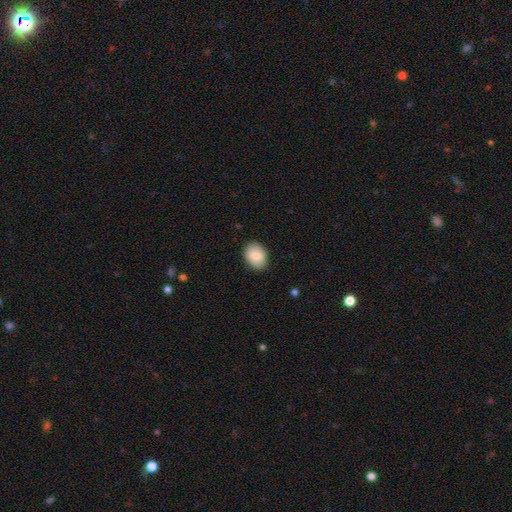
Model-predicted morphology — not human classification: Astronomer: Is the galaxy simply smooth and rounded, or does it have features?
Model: smooth — 85%.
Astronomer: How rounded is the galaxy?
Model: in between — 79%.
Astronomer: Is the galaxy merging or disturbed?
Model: none — 87%.